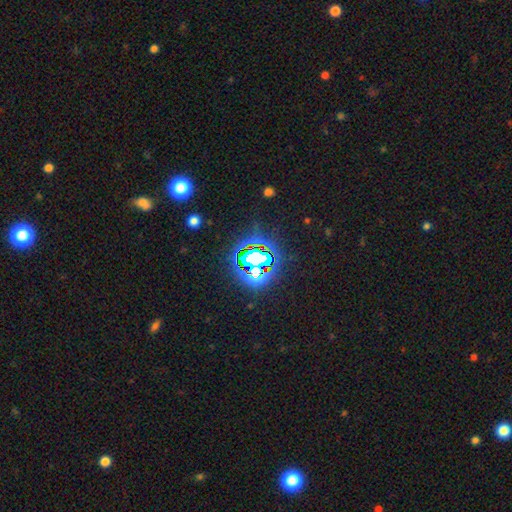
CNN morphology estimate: A star or artifact, not a galaxy (77%).